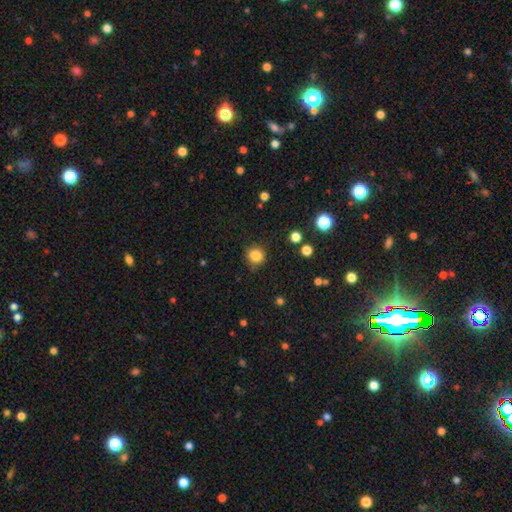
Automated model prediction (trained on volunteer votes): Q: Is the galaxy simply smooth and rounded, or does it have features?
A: smooth — 84%.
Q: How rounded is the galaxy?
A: round — 86%.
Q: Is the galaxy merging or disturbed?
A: none — 84%.